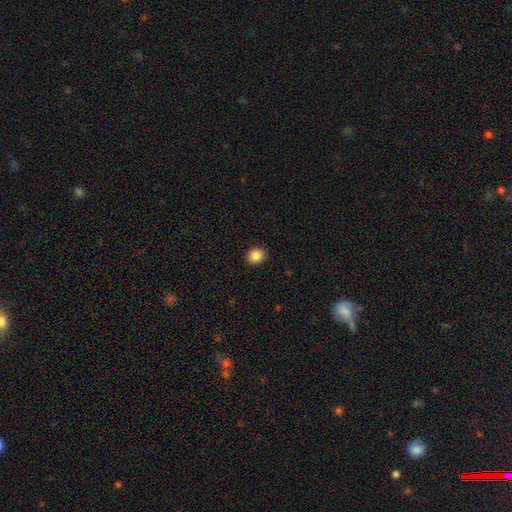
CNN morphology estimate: Overall: smooth (86%). How rounded: round (76%). Merging: none (92%).